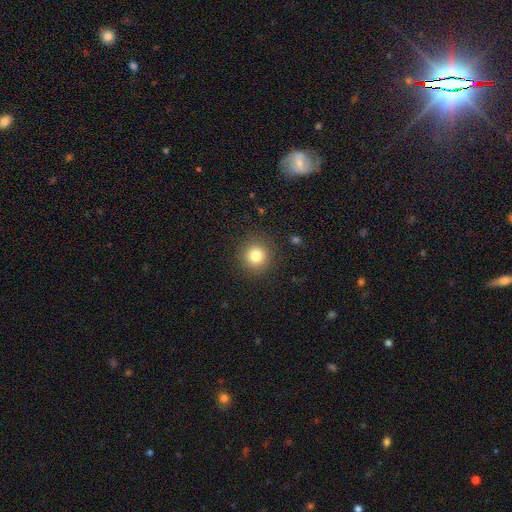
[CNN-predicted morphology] A smooth galaxy with no disk features (80%) that is round (94%).

Vote fractions:
- Smooth or featured? smooth: 80% / star or artifact: 12% / featured or disk: 7%
- How rounded? round: 94% / in between: 5% / cigar-shaped: 1%
- Merging? none: 90% / minor disturbance: 7% / major disturbance: 3% / merger: 1%